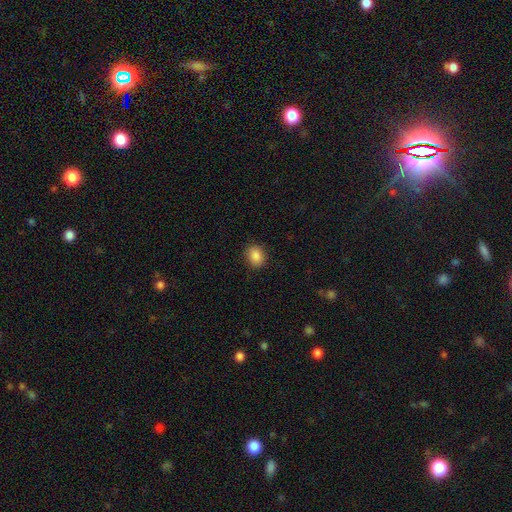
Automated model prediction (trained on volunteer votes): This appears to be a smooth galaxy with no disk features (87%) that is in between round and cigar-shaped (54%). Merging: none (88%).